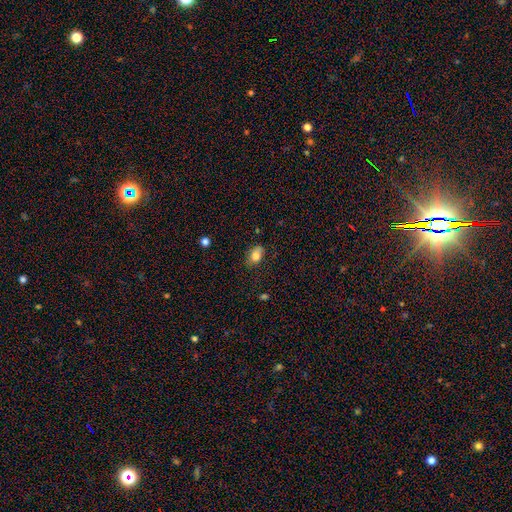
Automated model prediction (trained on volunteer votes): This is clearly a smooth galaxy (81%). How rounded: clearly in between (82%). Merging: likely none (70%).